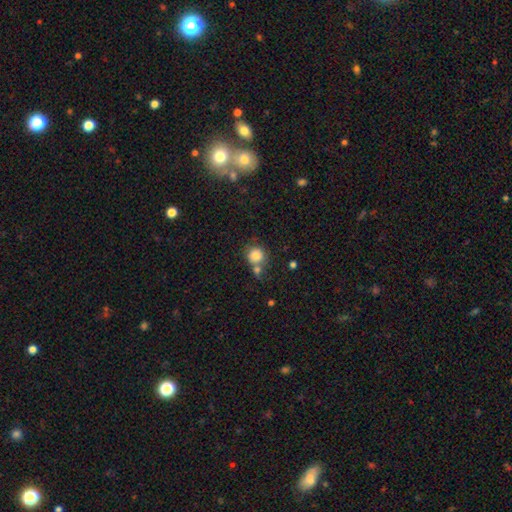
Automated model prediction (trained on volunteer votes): Morphology: type=smooth (83%); roundness=round (89%); merging=none (53%).